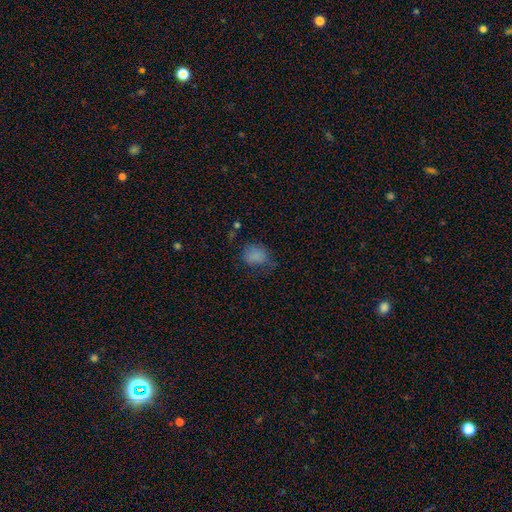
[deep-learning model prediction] Smooth or featured? Predicted: smooth (p=0.77). How rounded? Predicted: round (p=0.50). Merging? Predicted: none (p=0.47).